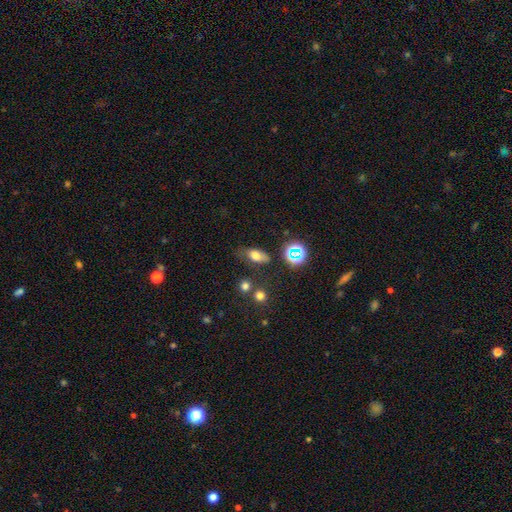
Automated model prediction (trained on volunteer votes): Smooth or featured?
  - smooth: 71% *
  - star or artifact: 16%
  - featured or disk: 13%
How rounded?
  - in between: 80% *
  - round: 12%
  - cigar-shaped: 8%
Merging?
  - none: 60% *
  - minor disturbance: 25%
  - major disturbance: 9%
  - merger: 6%